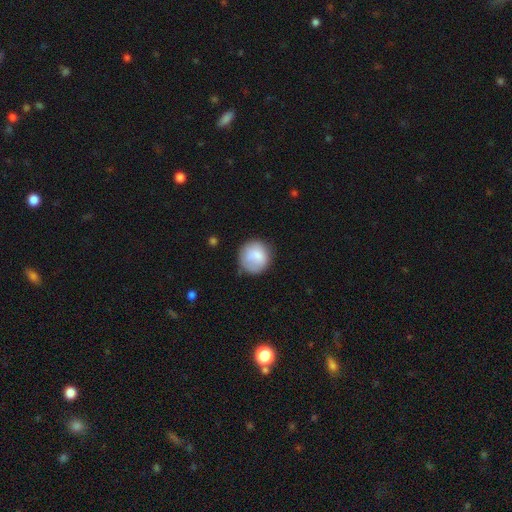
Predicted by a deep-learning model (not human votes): Smooth or featured: smooth — 82% (featured or disk — 11%)
How rounded: round — 90% (in between — 9%)
Merging: none — 75% (minor disturbance — 17%)